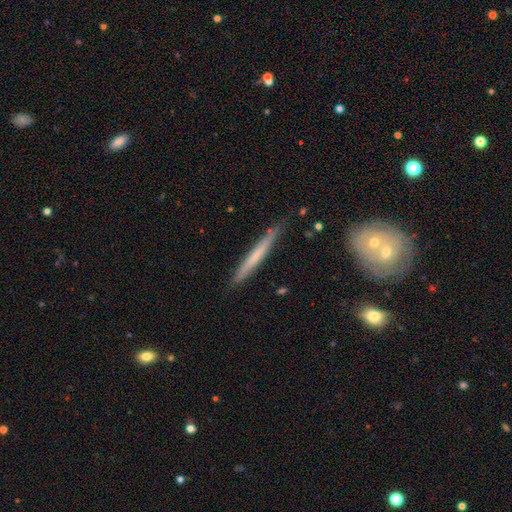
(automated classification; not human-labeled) smooth-or-featured: smooth: 53% | featured or disk: 41% | star or artifact: 6%
  how-rounded: cigar-shaped: 97% | in between: 2% | round: 1%
  merging: none: 85% | minor disturbance: 11% | major disturbance: 2% | merger: 2%